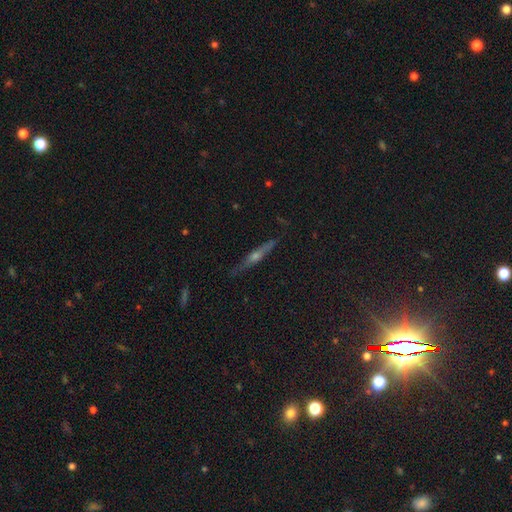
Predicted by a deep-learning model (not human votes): smooth_or_featured: featured or disk (p=0.70) [alt: smooth p=0.20]
disk_edge_on: yes (p=0.96) [alt: no p=0.04]
edge_on_bulge: rounded (p=0.83) [alt: none p=0.11]
merging: none (p=0.86) [alt: minor disturbance p=0.11]